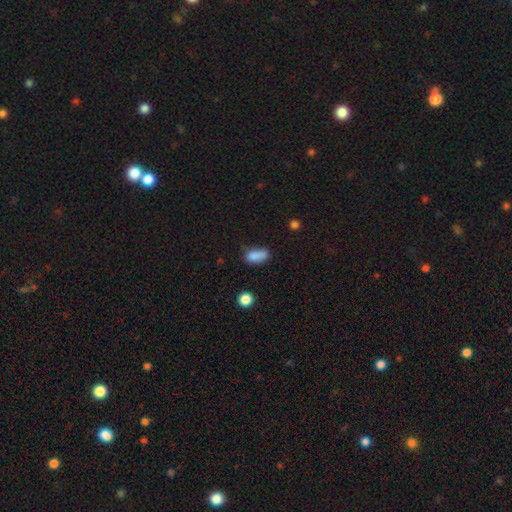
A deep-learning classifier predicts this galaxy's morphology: This appears to be a smooth galaxy with no disk features (84%) that is in between round and cigar-shaped (85%). Merging: none (53%).